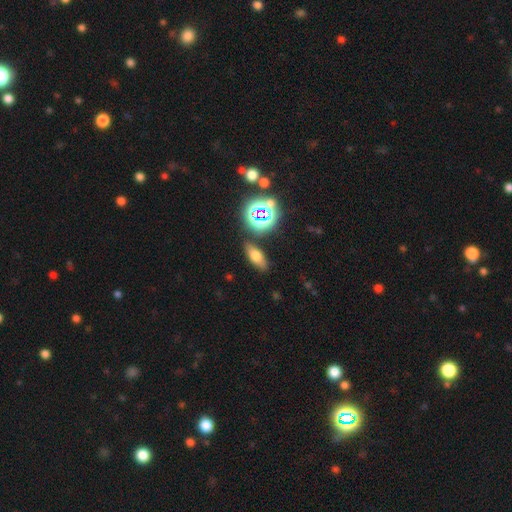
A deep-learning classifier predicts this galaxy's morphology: smooth_or_featured: smooth (p=0.61) [alt: star or artifact p=0.21]
how_rounded: in between (p=0.67) [alt: cigar-shaped p=0.22]
merging: none (p=0.83) [alt: minor disturbance p=0.10]